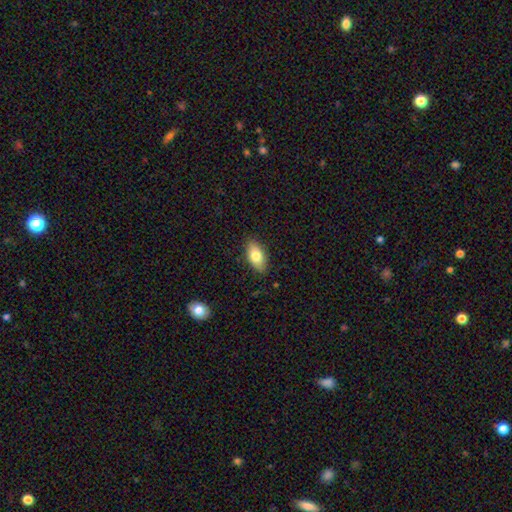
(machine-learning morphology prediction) Smooth or featured? Predicted: smooth (p=0.79). How rounded? Predicted: in between (p=0.91). Merging? Predicted: none (p=0.85).